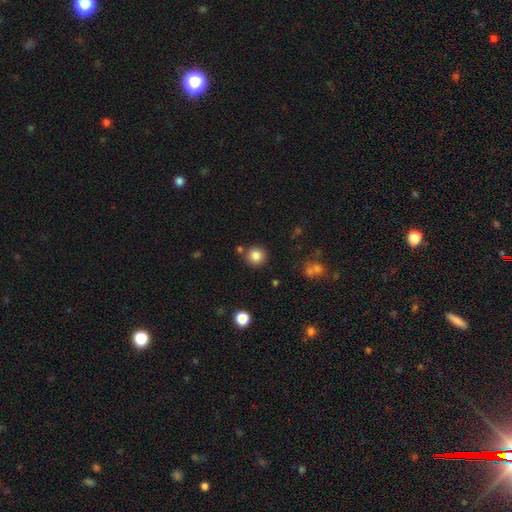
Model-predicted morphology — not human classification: type=smooth (83%); roundness=round (94%); merging=none (84%).